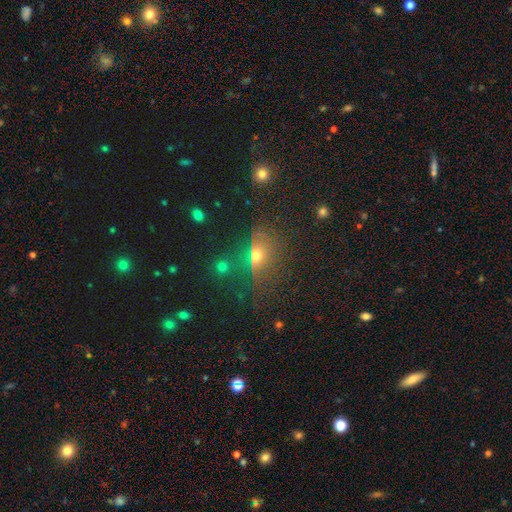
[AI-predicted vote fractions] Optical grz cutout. It shows a smooth galaxy with no disk features (54%) that is in between round and cigar-shaped (53%). Merging: none (63%).